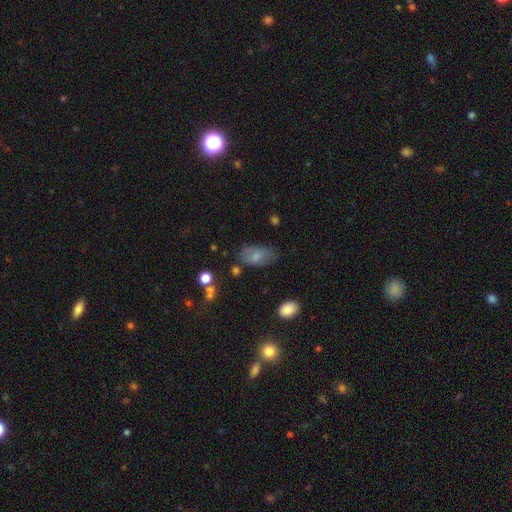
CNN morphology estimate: Smooth or featured?
  - smooth: 70% *
  - featured or disk: 21%
  - star or artifact: 10%
How rounded?
  - in between: 91% *
  - round: 6%
  - cigar-shaped: 3%
Merging?
  - none: 57% *
  - minor disturbance: 28%
  - major disturbance: 12%
  - merger: 4%